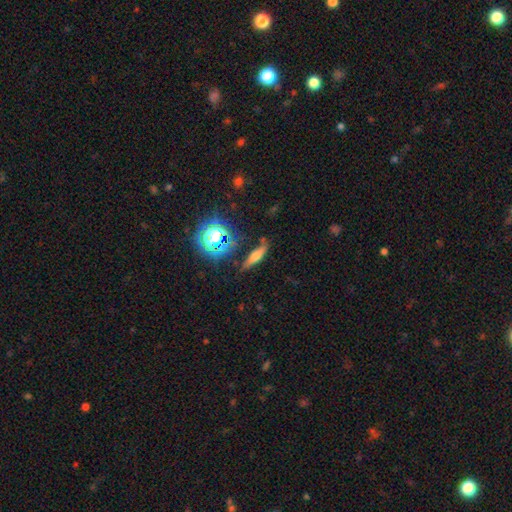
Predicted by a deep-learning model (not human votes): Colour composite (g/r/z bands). It shows a smooth galaxy with no disk features (52%) that is cigar-shaped (70%). Merging: none (74%).